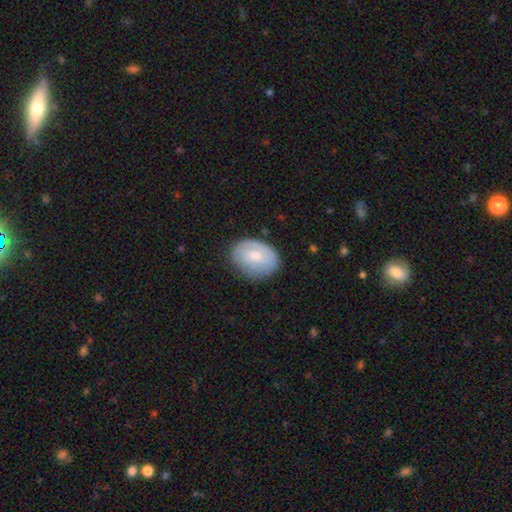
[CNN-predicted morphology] smooth 60%, featured or disk 34%, star or artifact 6%. Down the decision tree: how rounded — in between (71%); merging — none (74%).